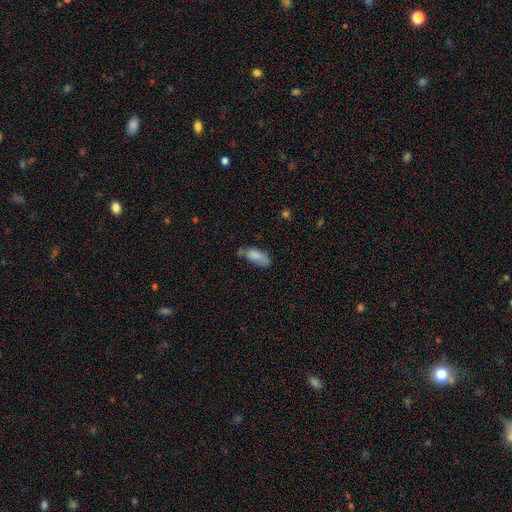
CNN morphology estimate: This appears to be a smooth galaxy with no disk features (79%) that is in between round and cigar-shaped (87%). Merging: none (39%).